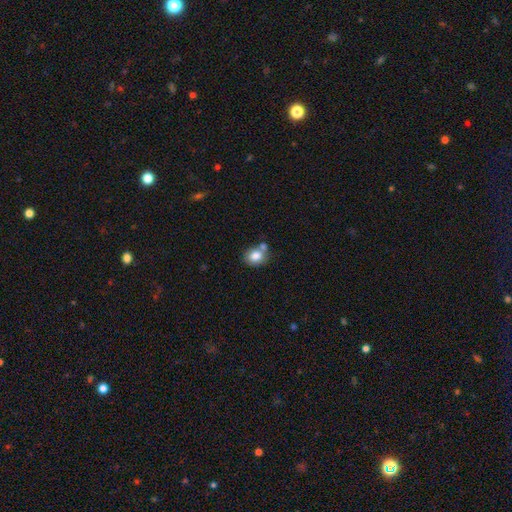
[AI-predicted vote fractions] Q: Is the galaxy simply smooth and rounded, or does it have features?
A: smooth — 81%.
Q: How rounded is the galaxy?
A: round — 59%.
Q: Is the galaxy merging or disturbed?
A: none — 55%.